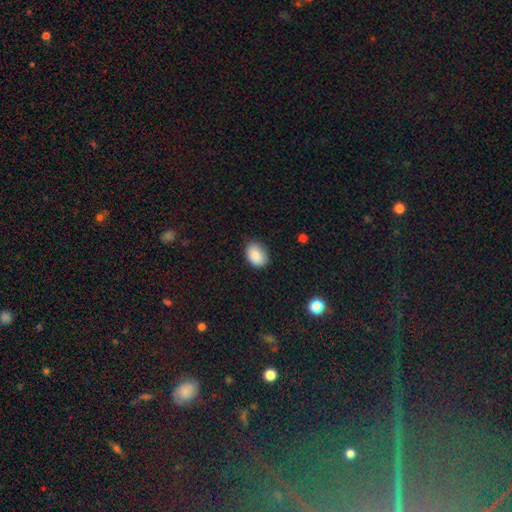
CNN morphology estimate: smooth_or_featured: smooth (p=0.86) [alt: star or artifact p=0.08]
how_rounded: in between (p=0.72) [alt: round p=0.27]
merging: none (p=0.78) [alt: minor disturbance p=0.17]